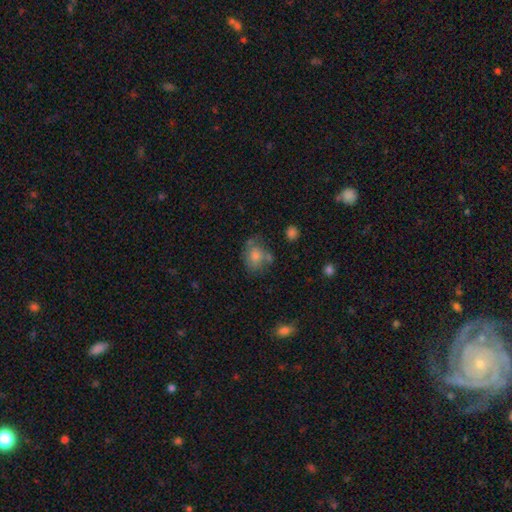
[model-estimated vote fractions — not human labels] The model was most divided on "how rounded": round: 55%, in between: 44%, cigar-shaped: 1%. More confident: smooth or featured — smooth (63%); merging — none (55%).